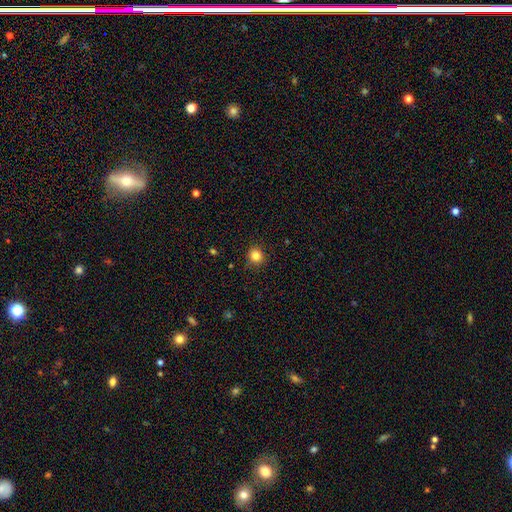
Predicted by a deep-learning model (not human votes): Smooth or featured? Predicted: smooth (p=0.83). How rounded? Predicted: round (p=0.91). Merging? Predicted: none (p=0.89).